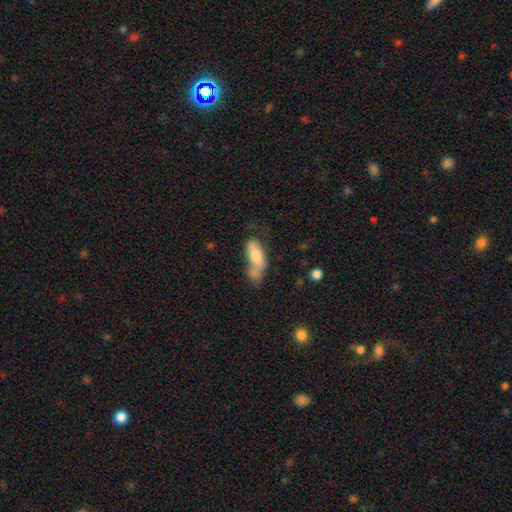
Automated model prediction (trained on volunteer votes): smooth_or_featured: smooth (p=0.63) [alt: featured or disk p=0.30]
how_rounded: in between (p=0.75) [alt: cigar-shaped p=0.22]
merging: none (p=0.30) [alt: minor disturbance p=0.25]